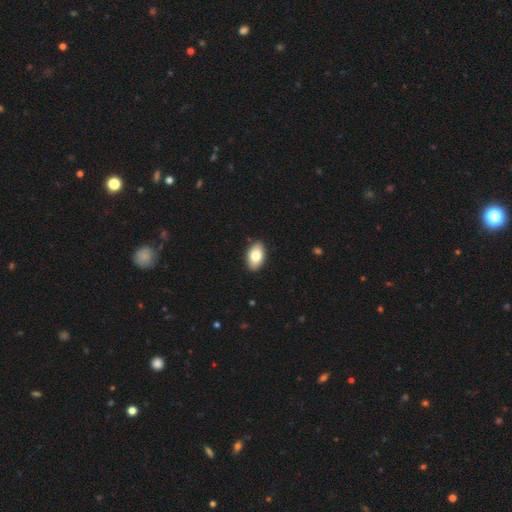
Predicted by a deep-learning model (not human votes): Smooth or featured? Predicted: smooth (p=0.80). How rounded? Predicted: in between (p=0.93). Merging? Predicted: none (p=0.90).